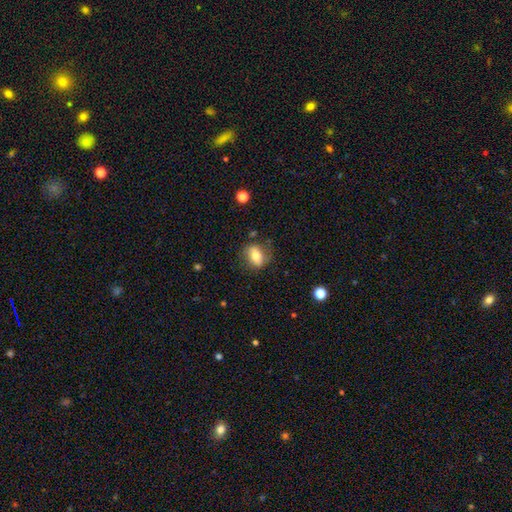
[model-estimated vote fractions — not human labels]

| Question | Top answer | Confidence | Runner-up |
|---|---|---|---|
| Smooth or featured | smooth | 67% | featured or disk (25%) |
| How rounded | in between | 71% | round (25%) |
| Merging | none | 70% | minor disturbance (20%) |